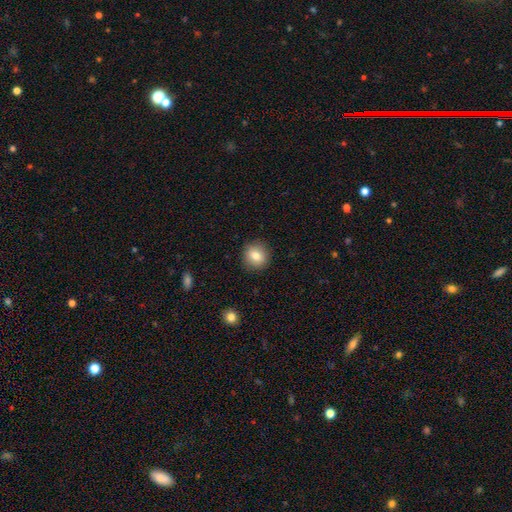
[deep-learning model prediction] The model was most divided on "smooth or featured": smooth: 81%, featured or disk: 10%, star or artifact: 9%. More confident: merging — none (89%); how rounded — round (86%).